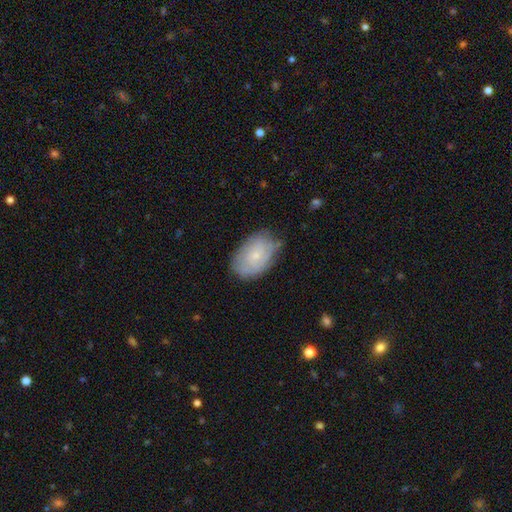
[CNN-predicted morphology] Q: Smooth or featured?
A: featured or disk (51%); runner-up: smooth (42%)
Q: Edge-on disk?
A: no (96%); runner-up: yes (4%)
Q: Merging?
A: none (67%); runner-up: minor disturbance (26%)